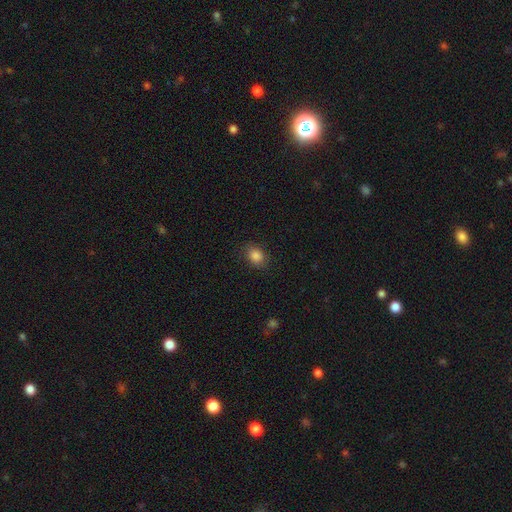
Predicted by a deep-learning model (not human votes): This appears to be a smooth galaxy with no disk features (86%) that is in between round and cigar-shaped (58%). Merging: none (84%).